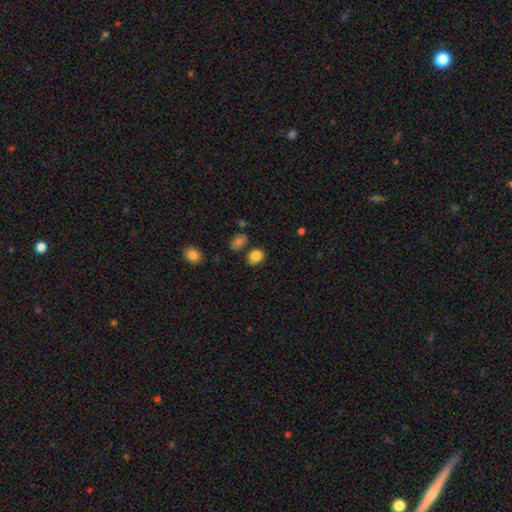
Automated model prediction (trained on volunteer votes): Overall: smooth (84%). How rounded: in between (51%; round 48%). Merging: none (75%).